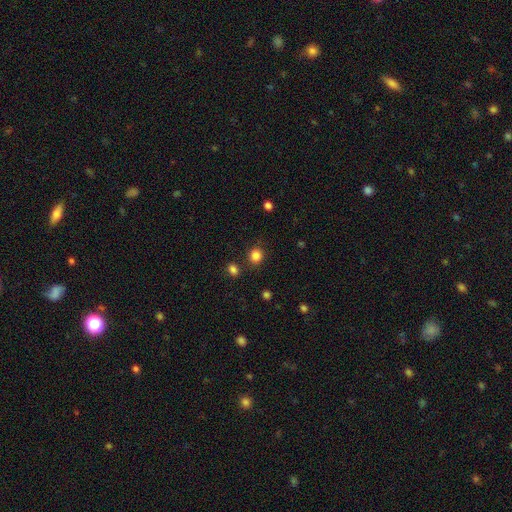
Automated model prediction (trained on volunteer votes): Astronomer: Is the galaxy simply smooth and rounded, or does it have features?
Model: smooth — 84%.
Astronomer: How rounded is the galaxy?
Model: round — 84%.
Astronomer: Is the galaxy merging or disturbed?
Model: none — 84%.